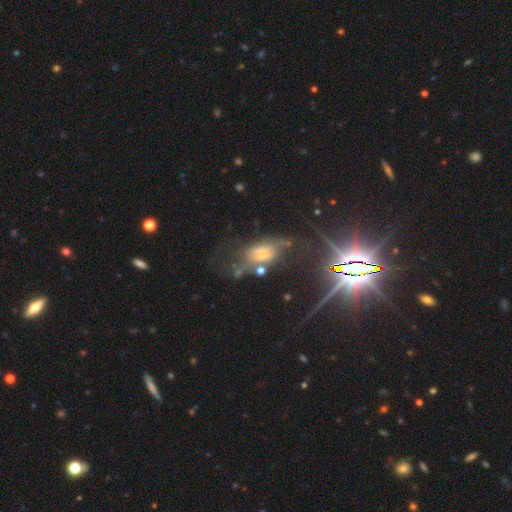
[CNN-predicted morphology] smooth_or_featured: featured or disk (p=0.51) [alt: smooth p=0.26]
disk_edge_on: no (p=0.86) [alt: yes p=0.14]
merging: none (p=0.40) [alt: major disturbance p=0.29]